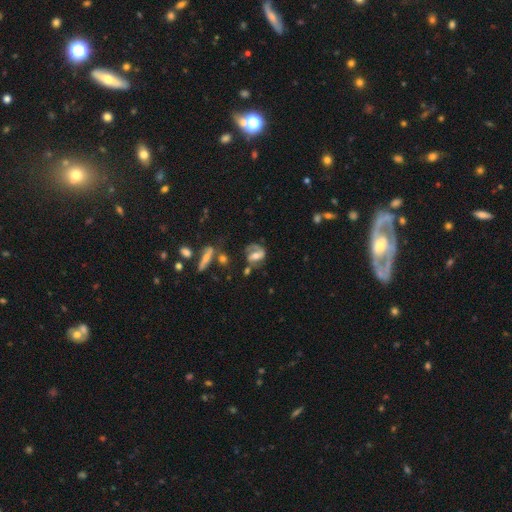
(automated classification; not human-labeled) Morphology: type=featured or disk (70%); edge-on=no (95%); bar=weak (40%); spiral arms=yes (85%); winding=medium (44%); arm count=2 (68%); bulge=moderate (61%); merging=none (51%).